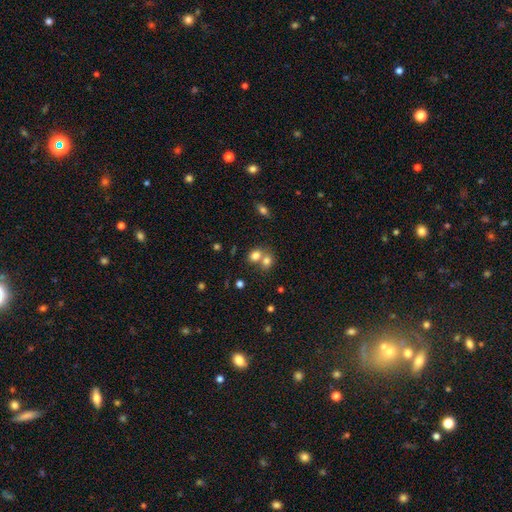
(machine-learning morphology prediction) smooth-or-featured: smooth: 77% | star or artifact: 12% | featured or disk: 11%
  how-rounded: in between: 50% | round: 49% | cigar-shaped: 1%
  merging: merger: 55% | none: 34% | minor disturbance: 7% | major disturbance: 3%